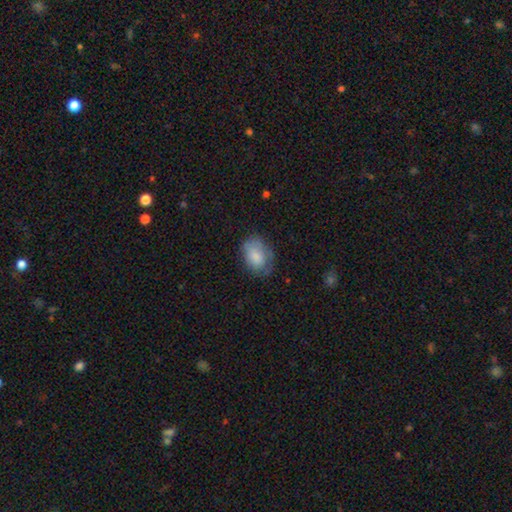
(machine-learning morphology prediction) Overall: smooth (79%). How rounded: in between (79%). Merging: none (57%; minor disturbance 29%).